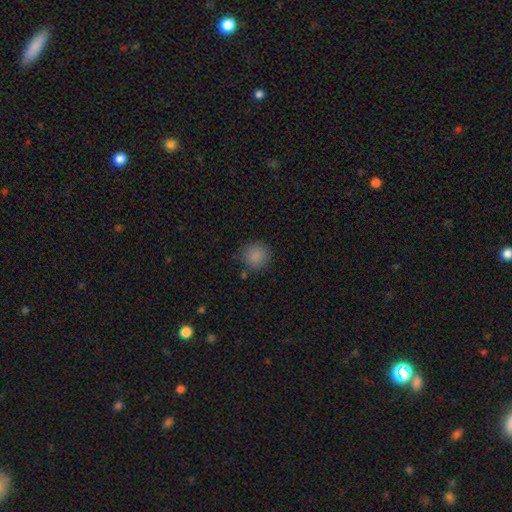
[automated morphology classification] smooth-or-featured: smooth: 85% | star or artifact: 10% | featured or disk: 4%
  how-rounded: round: 90% | in between: 9% | cigar-shaped: 1%
  merging: none: 80% | minor disturbance: 13% | major disturbance: 4% | merger: 3%